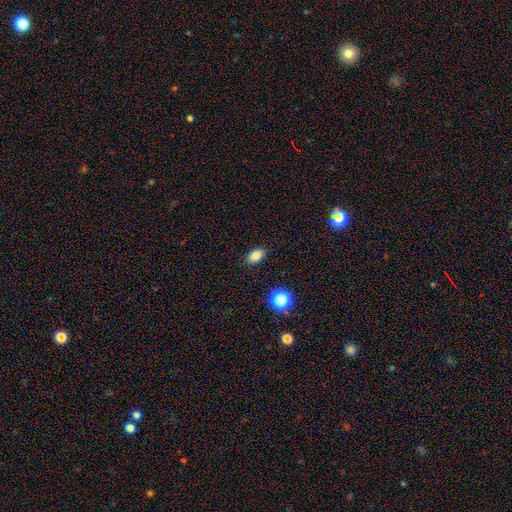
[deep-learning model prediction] Q: Smooth or featured?
A: smooth (83%); runner-up: star or artifact (11%)
Q: How rounded?
A: in between (82%); runner-up: round (16%)
Q: Merging?
A: none (88%); runner-up: minor disturbance (8%)